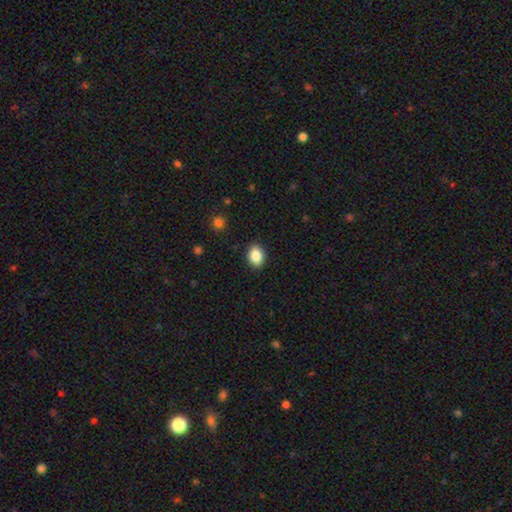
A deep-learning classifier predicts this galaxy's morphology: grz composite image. It shows a smooth galaxy with no disk features (86%) that is in between round and cigar-shaped (71%). Merging: none (89%).